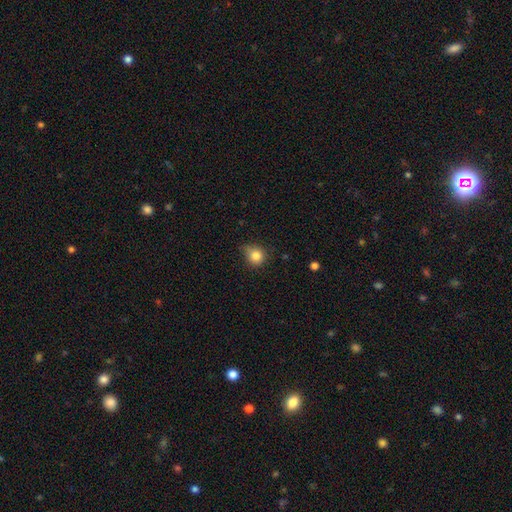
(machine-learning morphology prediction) Q: Smooth or featured?
A: smooth (83%); runner-up: star or artifact (11%)
Q: How rounded?
A: round (85%); runner-up: in between (14%)
Q: Merging?
A: none (62%); runner-up: minor disturbance (29%)